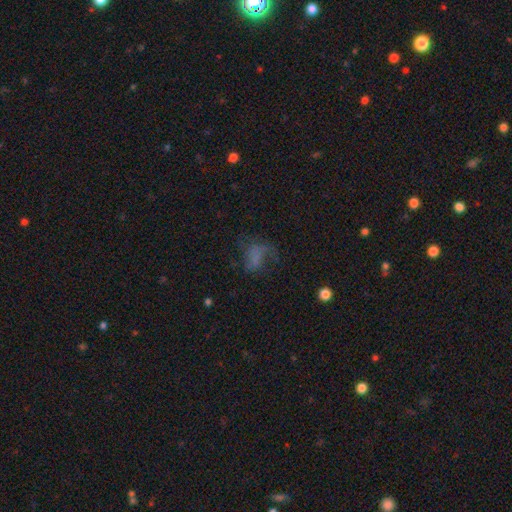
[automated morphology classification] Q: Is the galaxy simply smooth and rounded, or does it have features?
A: smooth — 48%.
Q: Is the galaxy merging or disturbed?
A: major disturbance — 42%.